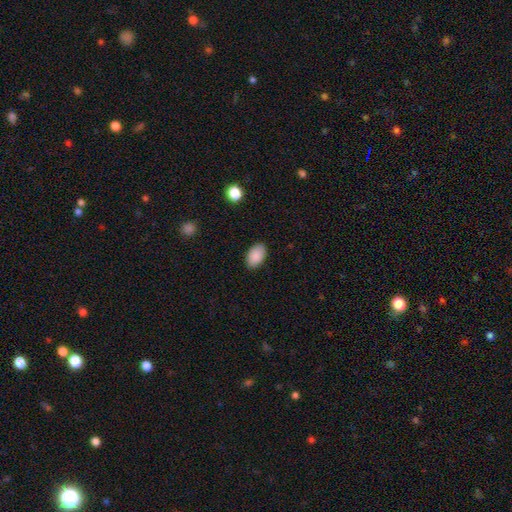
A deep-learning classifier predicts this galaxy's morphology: A smooth galaxy with no disk features (90%) that is in between round and cigar-shaped (92%). Merging: none (88%).